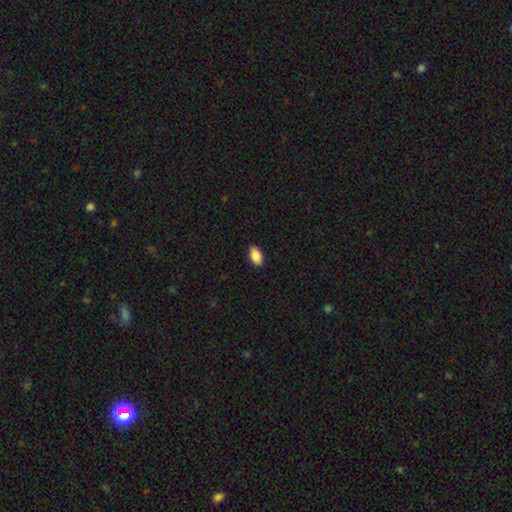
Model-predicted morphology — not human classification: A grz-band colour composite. It shows a smooth galaxy with no disk features (89%) that is in between round and cigar-shaped (94%). Merging: none (89%).